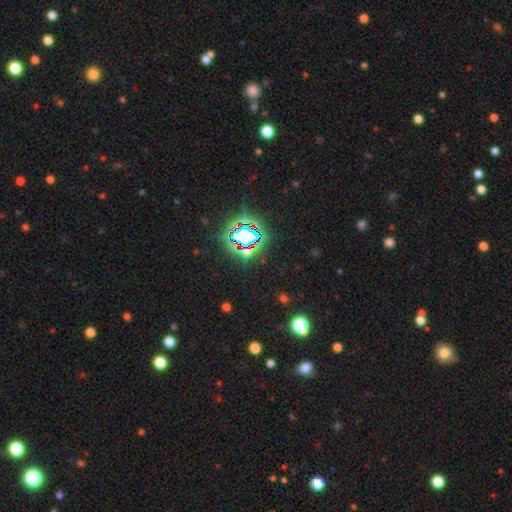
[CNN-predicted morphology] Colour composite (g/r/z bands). It shows a star or artifact, not a galaxy (83%).